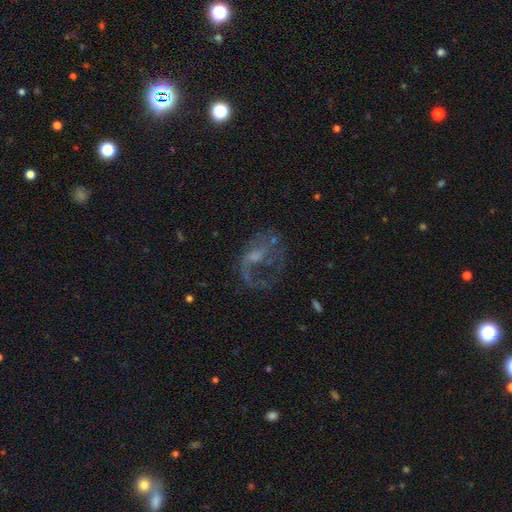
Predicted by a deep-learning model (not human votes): Overall: featured or disk (70%). Edge-on disk: no (97%). Bar: no (55%; weak 37%). Spiral arms: yes (68%; no 32%). Bulge size: small (36%; none 35%). Merging: major disturbance (45%; none 37%).